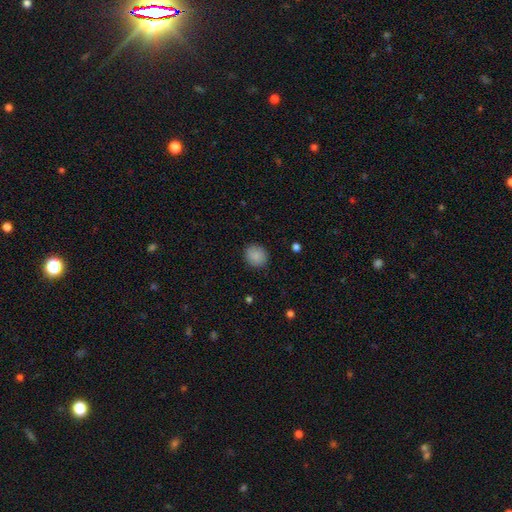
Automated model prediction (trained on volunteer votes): The model was most divided on "how rounded": round: 76%, in between: 23%, cigar-shaped: 1%. More confident: smooth or featured — smooth (87%); merging — none (87%).